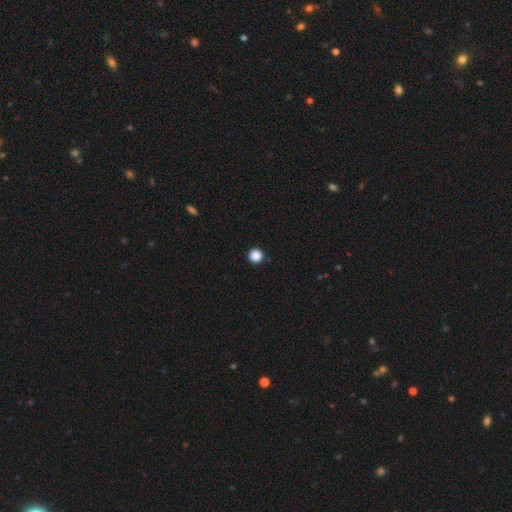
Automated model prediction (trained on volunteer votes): Overall: smooth (87%). How rounded: round (97%). Merging: none (93%).